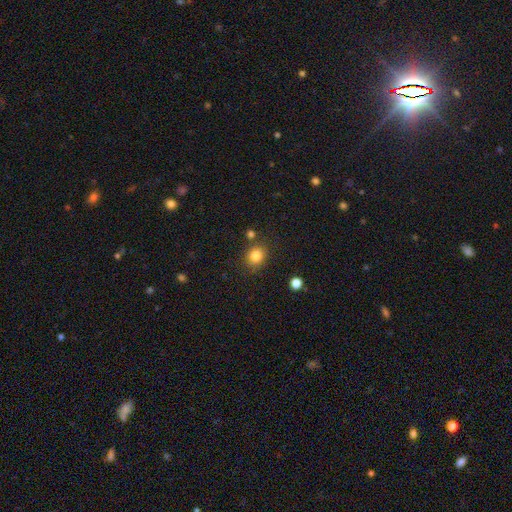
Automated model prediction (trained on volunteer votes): This is clearly a smooth galaxy (83%). How rounded: likely round (78%). Merging: clearly none (80%).